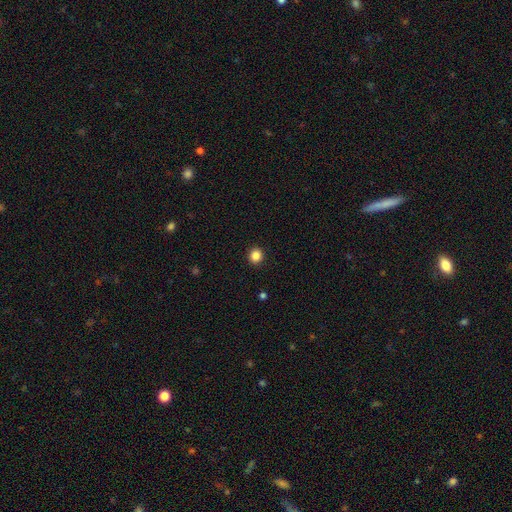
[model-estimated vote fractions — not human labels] smooth_or_featured: smooth (p=0.86) [alt: star or artifact p=0.11]
how_rounded: round (p=0.92) [alt: in between p=0.07]
merging: none (p=0.93) [alt: minor disturbance p=0.04]